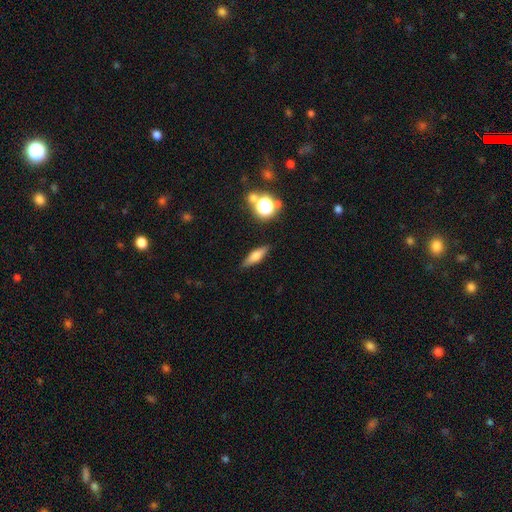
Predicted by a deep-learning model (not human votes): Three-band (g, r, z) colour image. It shows a smooth galaxy with no disk features (55%) that is cigar-shaped (58%). Merging: none (86%).